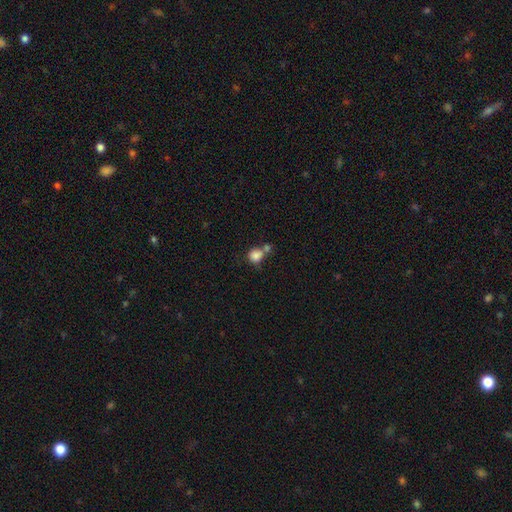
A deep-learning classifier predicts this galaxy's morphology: A smooth galaxy with no disk features (83%) that is round (82%). Merging: none (43%).